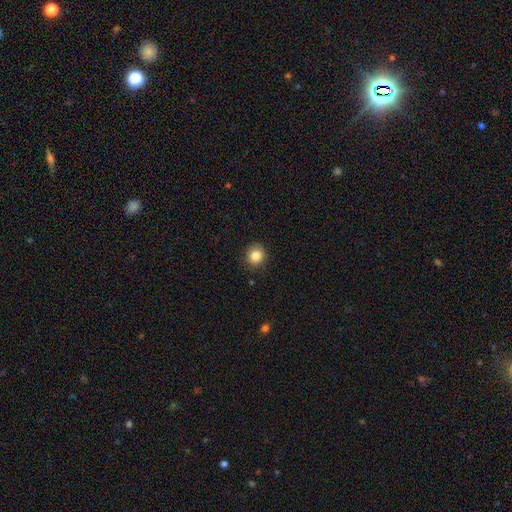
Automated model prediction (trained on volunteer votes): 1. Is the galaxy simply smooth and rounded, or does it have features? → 84% smooth, 10% star or artifact, 6% featured or disk.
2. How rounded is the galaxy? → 85% round, 15% in between, 1% cigar-shaped.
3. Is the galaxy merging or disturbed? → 89% none, 8% minor disturbance, 2% major disturbance, 1% merger.